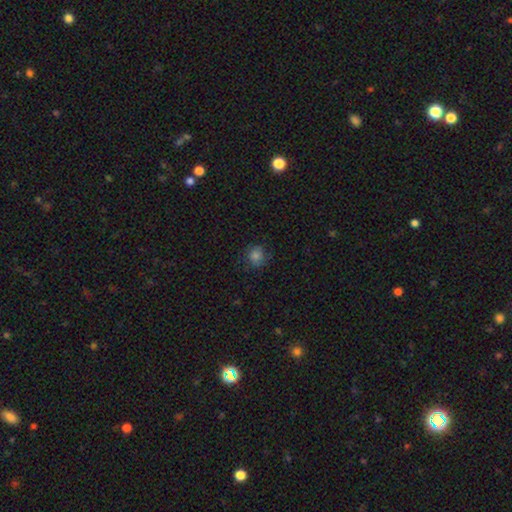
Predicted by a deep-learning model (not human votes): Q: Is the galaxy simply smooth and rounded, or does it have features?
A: smooth — 77%.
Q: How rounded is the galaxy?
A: round — 81%.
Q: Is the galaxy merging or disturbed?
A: none — 76%.